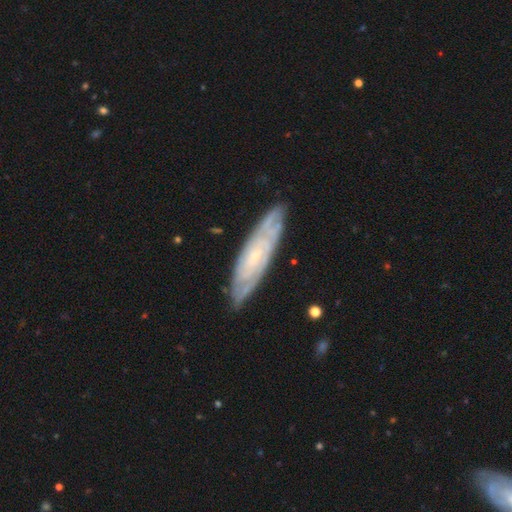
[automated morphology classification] Smooth or featured? featured or disk (78%)
Edge-on disk? no (75%)
Bar? no (68%)
Spiral arms? yes (92%)
Spiral winding? tight (76%)
Spiral arm count? can't tell (54%)
Bulge size? small (76%)
Merging? none (82%)